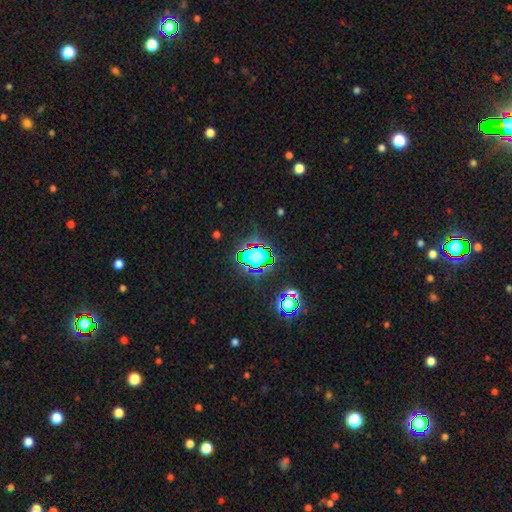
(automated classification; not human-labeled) Q: Smooth or featured?
A: star or artifact (59%); runner-up: smooth (28%)